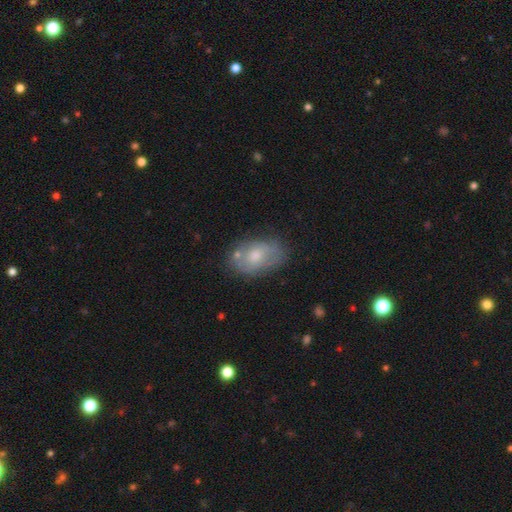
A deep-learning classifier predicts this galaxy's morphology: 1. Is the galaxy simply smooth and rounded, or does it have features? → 55% smooth, 37% featured or disk, 8% star or artifact.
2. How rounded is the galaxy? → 88% in between, 10% round, 2% cigar-shaped.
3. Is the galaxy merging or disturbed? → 62% none, 24% minor disturbance, 8% major disturbance, 6% merger.